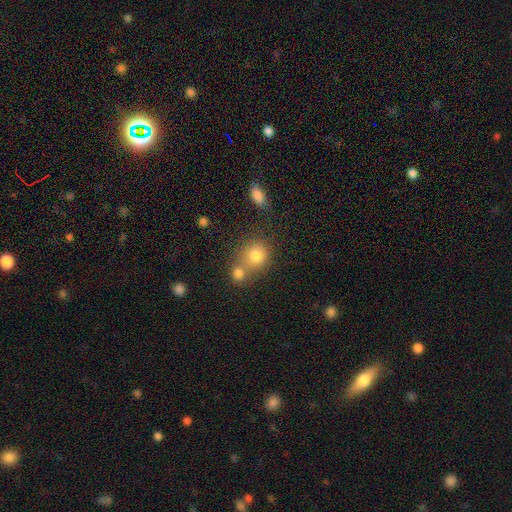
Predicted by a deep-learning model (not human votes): Smooth or featured? smooth (79%)
How rounded? round (77%)
Merging? none (44%)